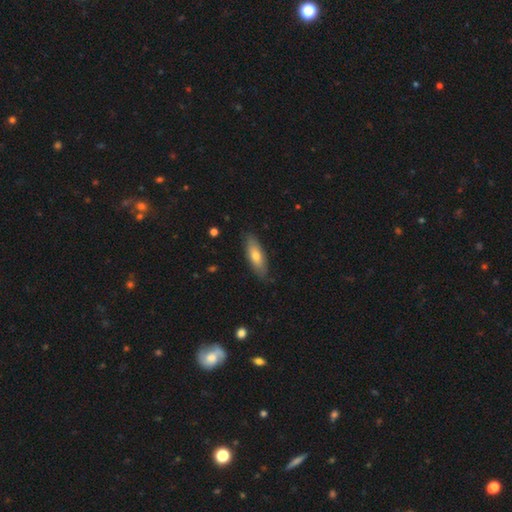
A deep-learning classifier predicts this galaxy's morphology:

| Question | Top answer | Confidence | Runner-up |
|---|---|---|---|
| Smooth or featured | smooth | 66% | featured or disk (29%) |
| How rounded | in between | 61% | cigar-shaped (37%) |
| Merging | none | 82% | minor disturbance (15%) |